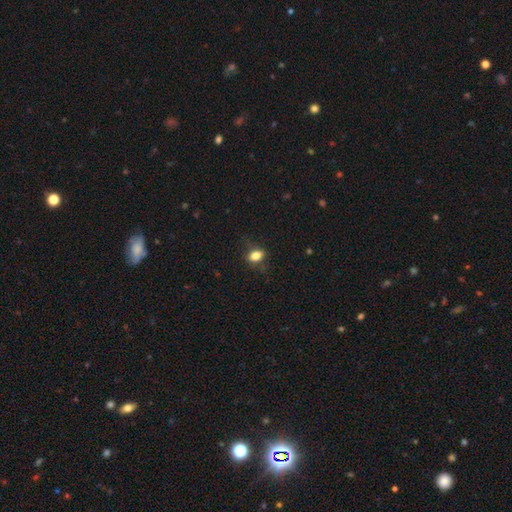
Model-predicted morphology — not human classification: type=smooth (80%); roundness=in between (75%); merging=none (76%).